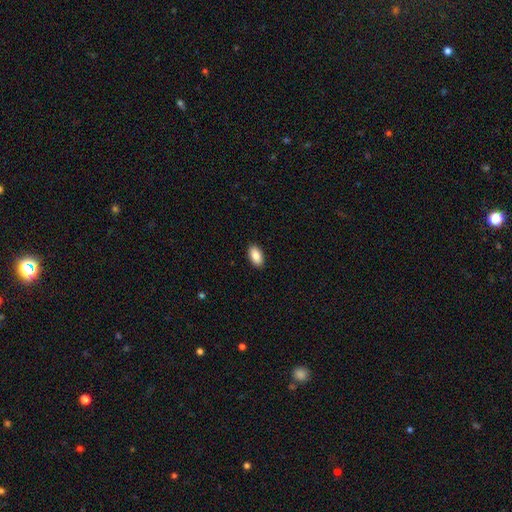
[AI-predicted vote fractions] Q: Smooth or featured?
A: smooth (88%); runner-up: star or artifact (7%)
Q: How rounded?
A: in between (94%); runner-up: cigar-shaped (3%)
Q: Merging?
A: none (90%); runner-up: minor disturbance (8%)